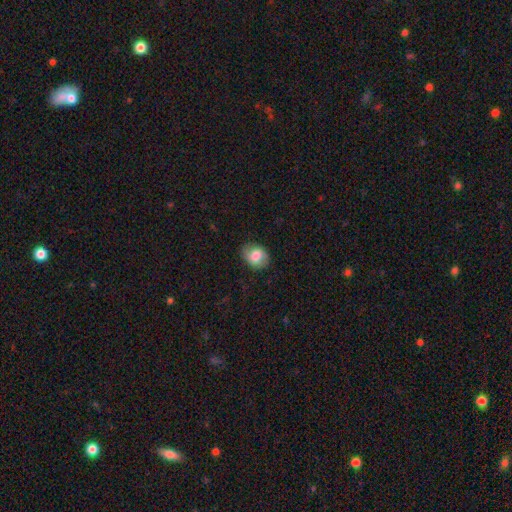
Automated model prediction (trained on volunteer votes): This appears to be a smooth galaxy with no disk features (75%) that is in between round and cigar-shaped (58%). Merging: none (81%).